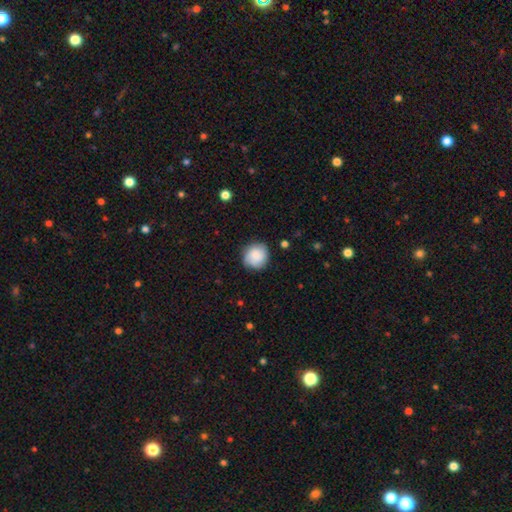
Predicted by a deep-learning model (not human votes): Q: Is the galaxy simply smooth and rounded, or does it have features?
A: smooth — 81%.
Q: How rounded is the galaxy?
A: round — 90%.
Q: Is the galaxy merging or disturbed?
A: none — 83%.